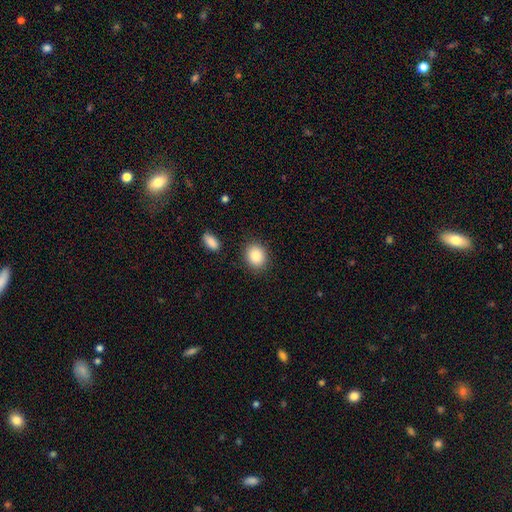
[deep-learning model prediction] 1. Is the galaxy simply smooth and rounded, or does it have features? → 86% smooth, 8% star or artifact, 6% featured or disk.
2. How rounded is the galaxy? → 62% round, 37% in between, 1% cigar-shaped.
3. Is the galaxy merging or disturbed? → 86% none, 9% minor disturbance, 3% merger, 3% major disturbance.